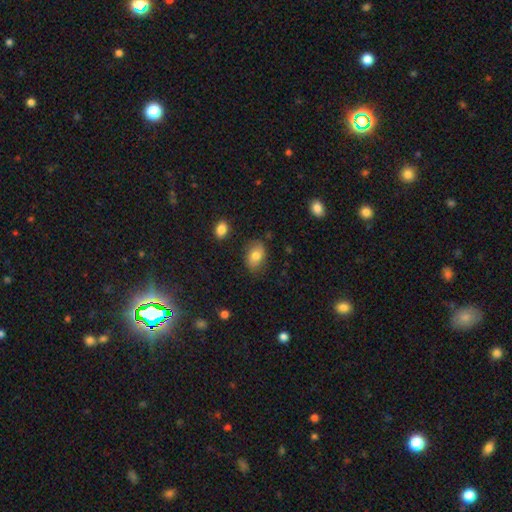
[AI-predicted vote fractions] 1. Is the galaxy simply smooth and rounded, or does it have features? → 78% smooth, 13% featured or disk, 8% star or artifact.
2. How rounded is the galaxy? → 83% in between, 15% round, 1% cigar-shaped.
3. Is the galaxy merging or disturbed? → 79% none, 16% minor disturbance, 3% major disturbance, 2% merger.